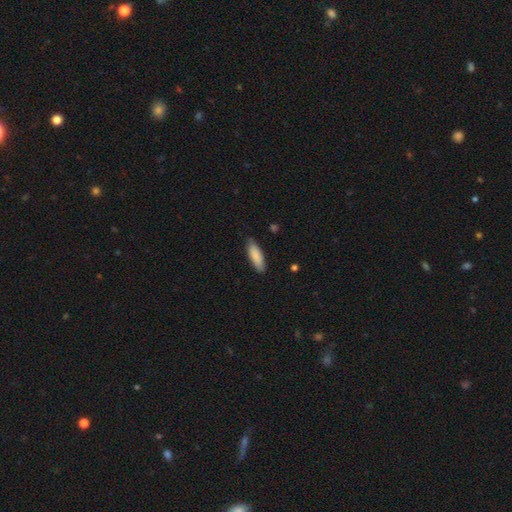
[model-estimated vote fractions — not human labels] Overall: smooth (86%). How rounded: cigar-shaped (49%, tied with in between). Merging: none (84%).